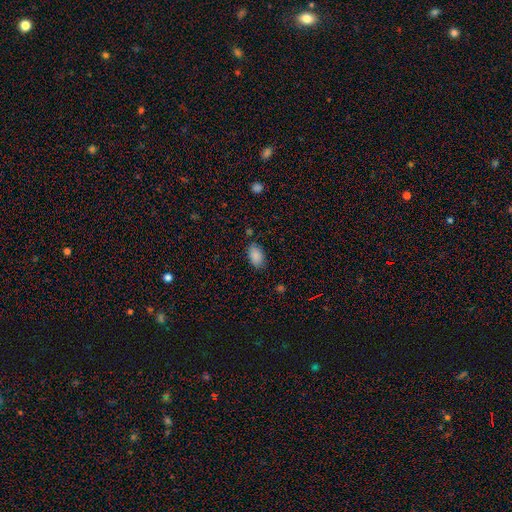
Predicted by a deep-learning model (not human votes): The model was most divided on "merging": none: 78%, minor disturbance: 15%, major disturbance: 4%, merger: 2%. More confident: how rounded — in between (90%); smooth or featured — smooth (87%).